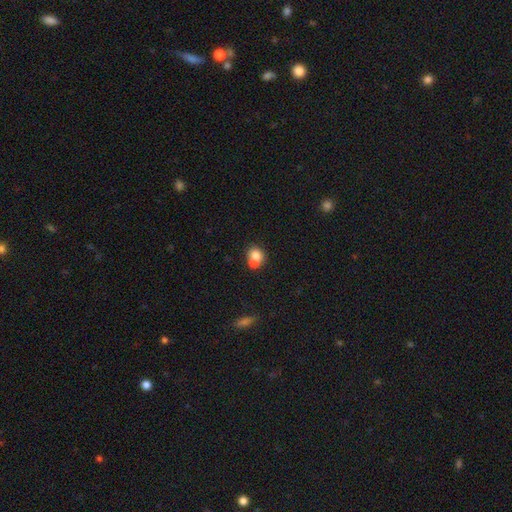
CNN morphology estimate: A smooth galaxy with no disk features (76%) that is round (74%). Merging: merger (52%).